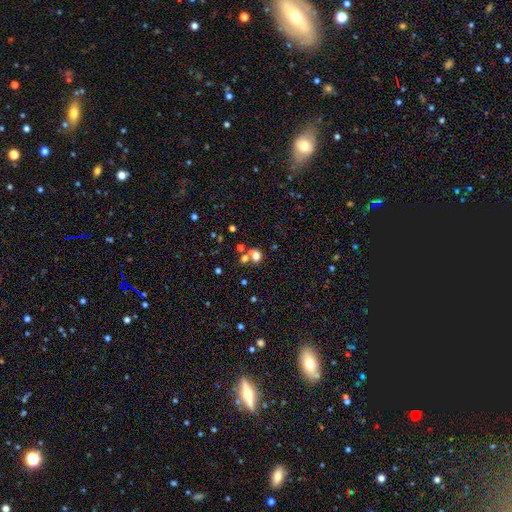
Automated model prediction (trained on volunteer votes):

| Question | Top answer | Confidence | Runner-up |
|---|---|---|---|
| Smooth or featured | smooth | 71% | star or artifact (18%) |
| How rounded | round | 70% | in between (29%) |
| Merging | none | 49% | merger (38%) |